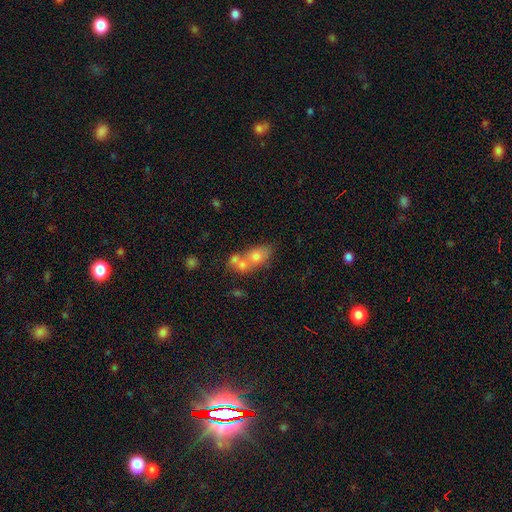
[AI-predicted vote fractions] This is possibly a smooth galaxy (59%). How rounded: likely in between (66%). Merging: possibly merger (54%).